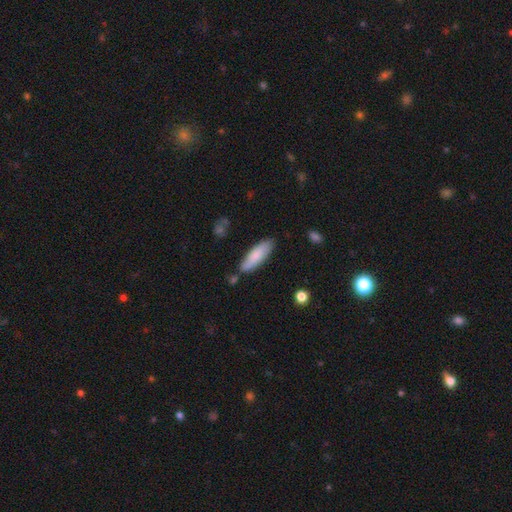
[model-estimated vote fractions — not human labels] Smooth or featured: smooth — 78% (featured or disk — 16%)
How rounded: in between — 52% (cigar-shaped — 46%)
Merging: none — 76% (minor disturbance — 17%)